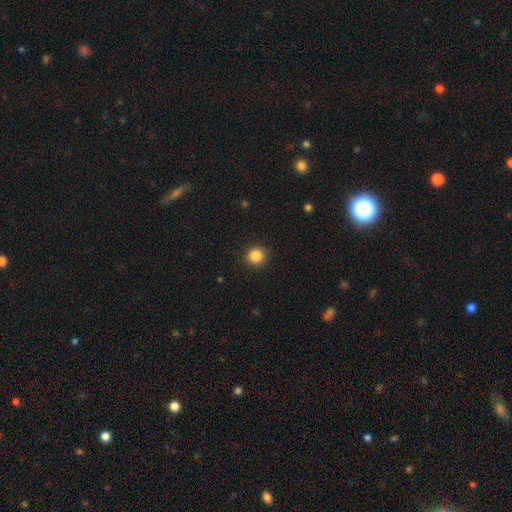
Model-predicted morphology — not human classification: This is clearly a smooth galaxy (86%). How rounded: clearly round (92%). Merging: clearly none (92%).